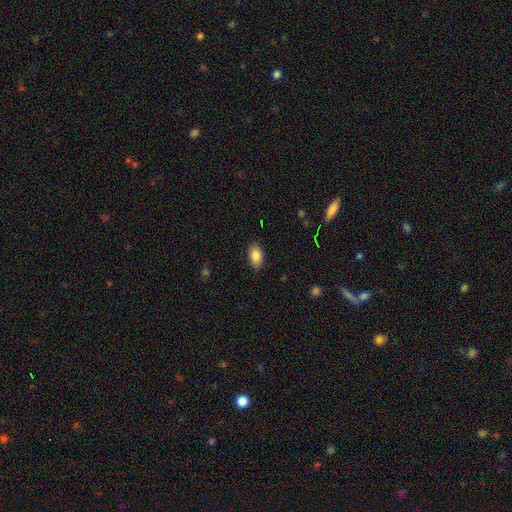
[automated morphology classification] type=smooth (87%); roundness=in between (91%); merging=none (87%).